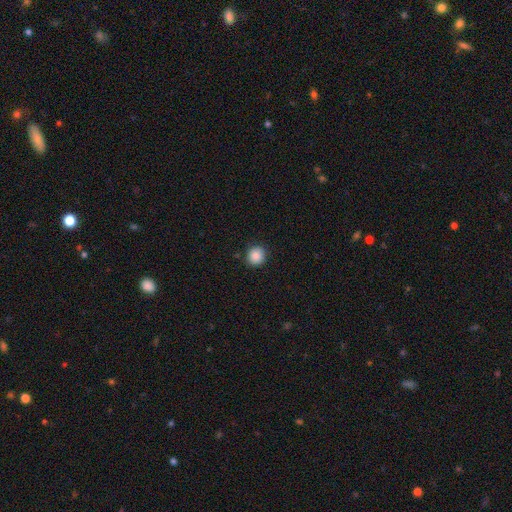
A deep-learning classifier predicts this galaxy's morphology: type=smooth (87%); roundness=round (90%); merging=none (89%).